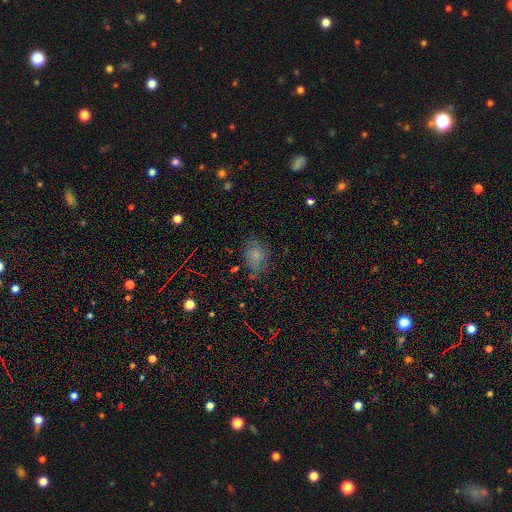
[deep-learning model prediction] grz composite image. It shows a smooth galaxy with no disk features (69%) that is in between round and cigar-shaped (78%). Merging: none (63%).